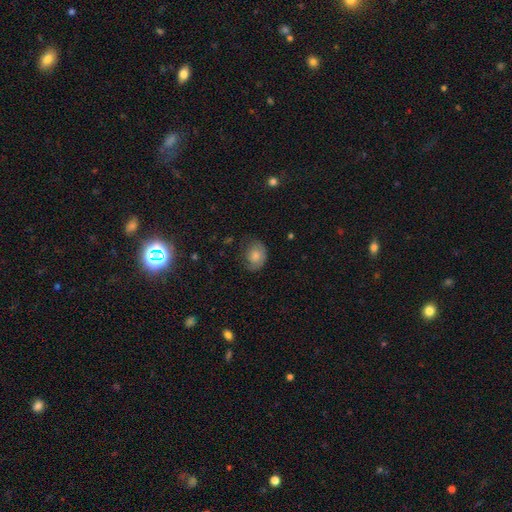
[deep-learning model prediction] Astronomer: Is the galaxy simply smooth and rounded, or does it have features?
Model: smooth — 66%.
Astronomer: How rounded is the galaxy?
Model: in between — 57% (runner-up: round, 42%).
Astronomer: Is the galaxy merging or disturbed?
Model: none — 58%.